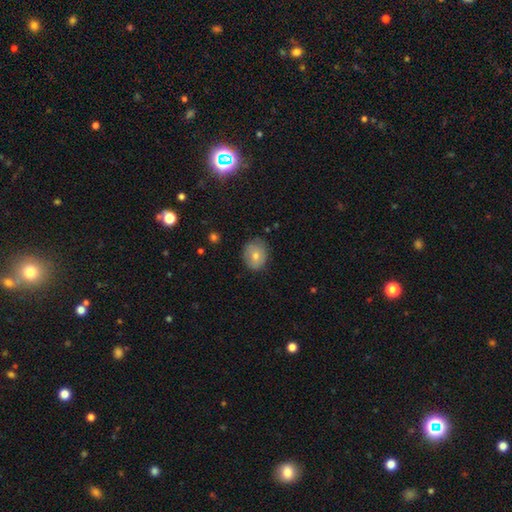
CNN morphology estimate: smooth_or_featured: smooth (p=0.73) [alt: featured or disk p=0.19]
how_rounded: round (p=0.60) [alt: in between p=0.39]
merging: none (p=0.72) [alt: minor disturbance p=0.22]